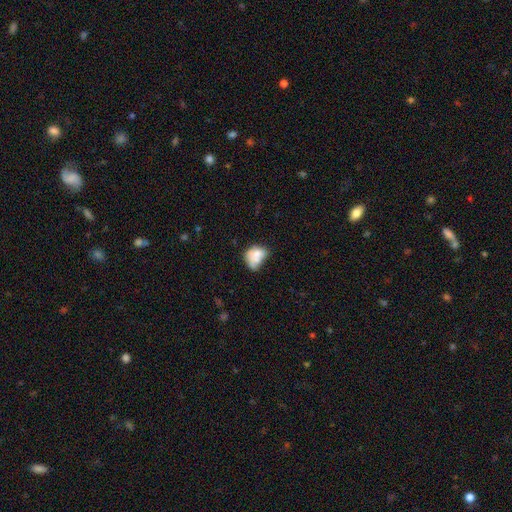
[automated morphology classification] Smooth or featured? smooth (68%)
How rounded? in between (65%)
Merging? merger (30%)